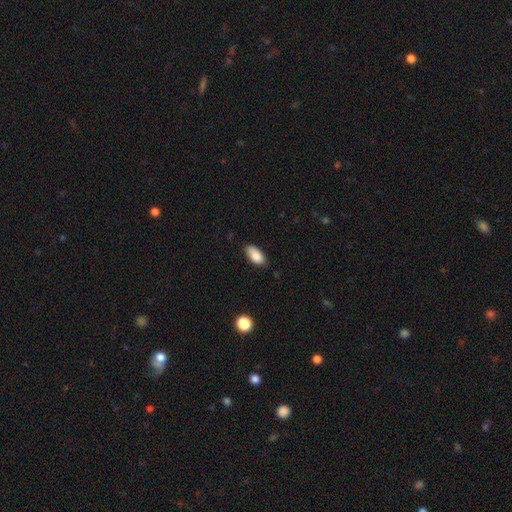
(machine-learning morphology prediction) Smooth or featured? Predicted: smooth (p=0.86). How rounded? Predicted: in between (p=0.92). Merging? Predicted: none (p=0.82).